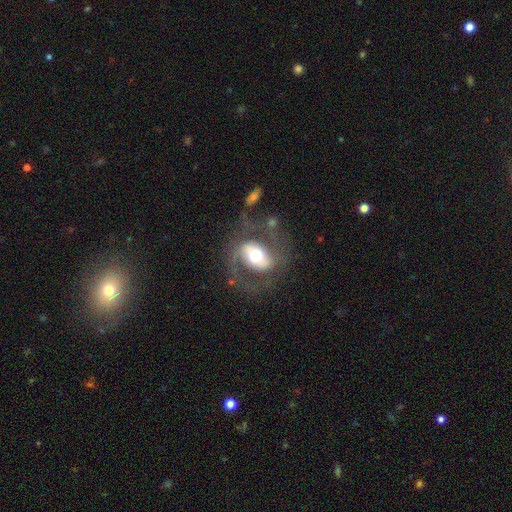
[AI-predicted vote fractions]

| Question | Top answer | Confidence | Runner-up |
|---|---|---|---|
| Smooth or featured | featured or disk | 73% | smooth (20%) |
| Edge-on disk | no | 96% | yes (4%) |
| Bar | no | 37% | weak (34%) |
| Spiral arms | yes | 79% | no (21%) |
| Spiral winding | medium | 49% | loose (31%) |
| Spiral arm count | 2 | 84% | 1 (6%) |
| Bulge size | moderate | 56% | large (31%) |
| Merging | none | 59% | major disturbance (20%) |